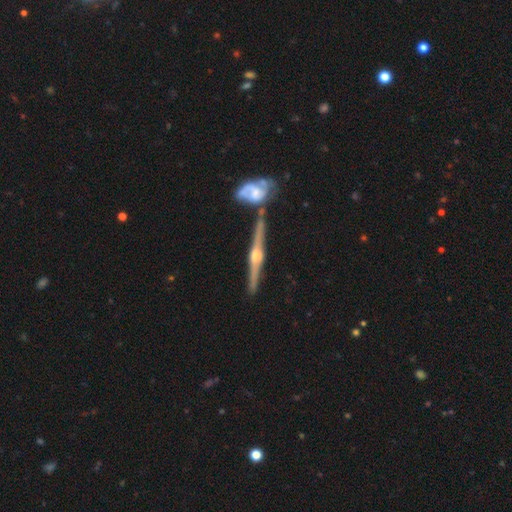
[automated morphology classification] A featured or disk galaxy (87%) viewed edge-on (97%) with a rounded central bulge (92%). Merging: none (77%).